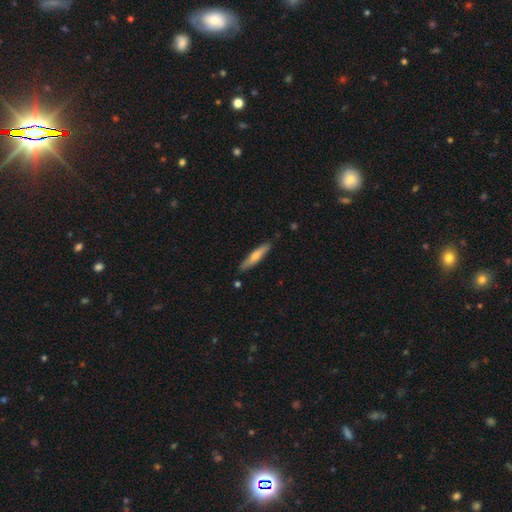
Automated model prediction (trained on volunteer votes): smooth 61%, featured or disk 33%, star or artifact 5%. Down the decision tree: how rounded — cigar-shaped (86%); merging — none (84%).